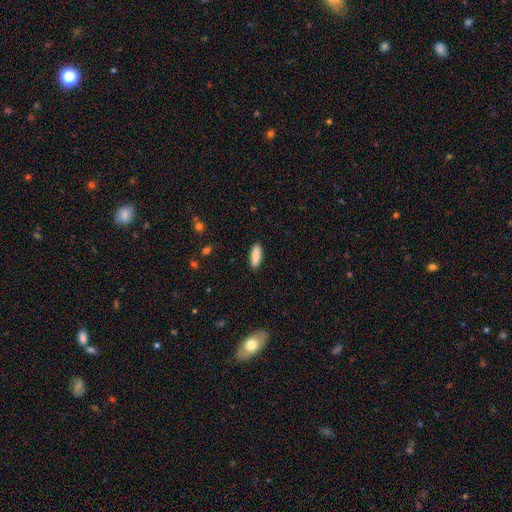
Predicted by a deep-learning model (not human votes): Overall: smooth (88%). How rounded: in between (59%; cigar-shaped 40%). Merging: none (89%).